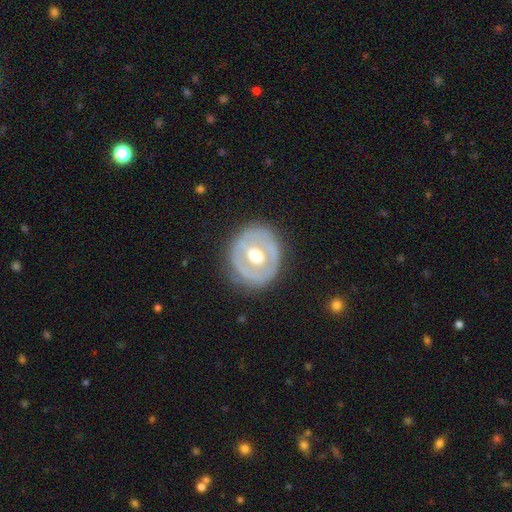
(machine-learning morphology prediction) Overall: featured or disk (60%; smooth 34%). Edge-on disk: no (94%). Bar: no (64%; weak 25%). Spiral arms: no (81%). Bulge size: moderate (71%). Merging: none (77%).